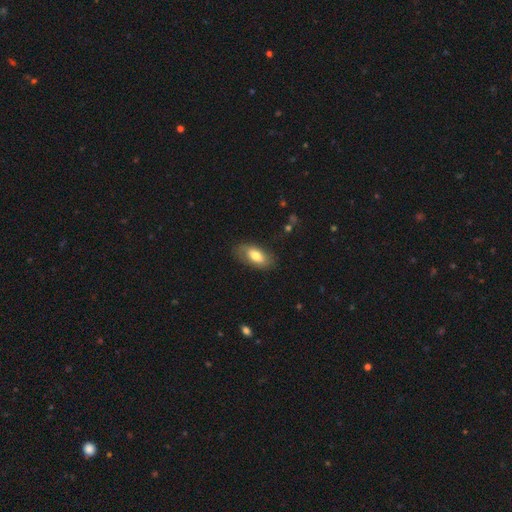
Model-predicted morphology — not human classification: smooth_or_featured: smooth (p=0.69) [alt: featured or disk p=0.25]
how_rounded: in between (p=0.91) [alt: cigar-shaped p=0.05]
merging: none (p=0.73) [alt: minor disturbance p=0.19]